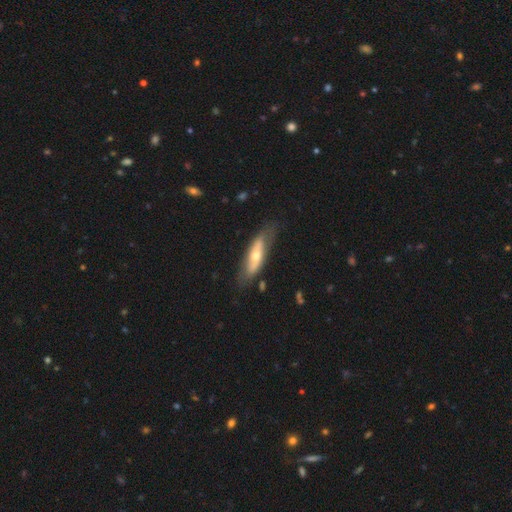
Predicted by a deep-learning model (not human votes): Smooth or featured? featured or disk (49%)
Merging? none (70%)